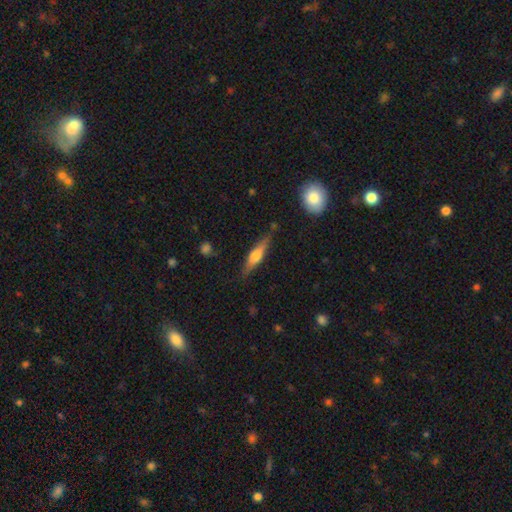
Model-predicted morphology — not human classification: type=featured or disk (50%); merging=none (80%).